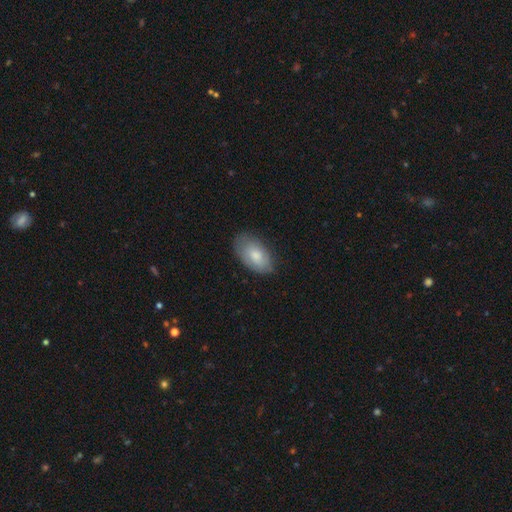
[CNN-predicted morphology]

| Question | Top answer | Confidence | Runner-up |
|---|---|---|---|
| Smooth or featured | smooth | 77% | featured or disk (17%) |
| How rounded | in between | 94% | round (5%) |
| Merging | none | 73% | minor disturbance (22%) |